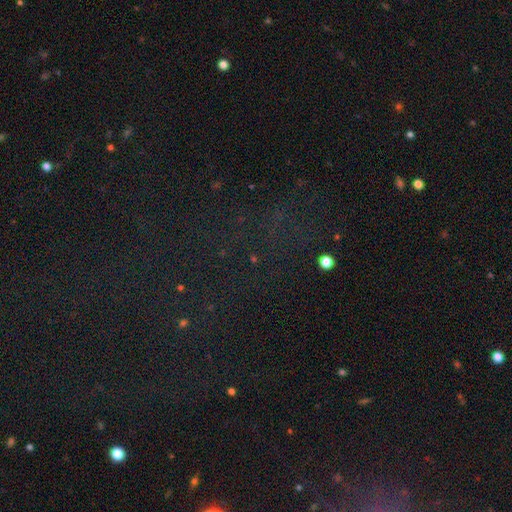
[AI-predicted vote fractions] Smooth or featured? star or artifact (75%)